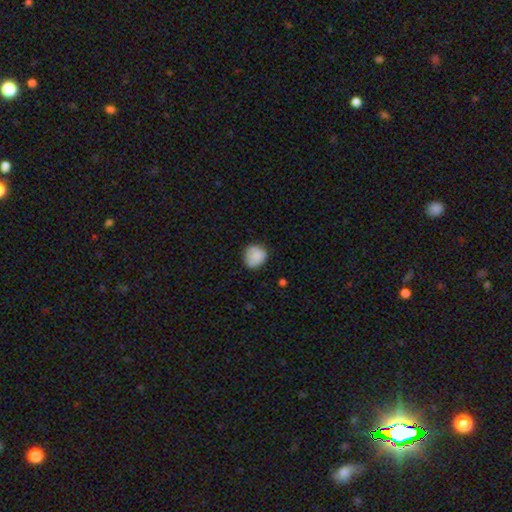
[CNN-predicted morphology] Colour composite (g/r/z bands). It shows a smooth galaxy with no disk features (84%) that is round (73%). Merging: none (66%).